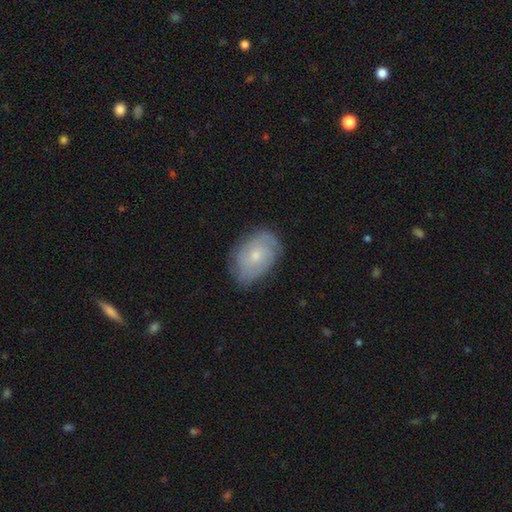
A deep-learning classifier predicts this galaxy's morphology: Smooth or featured? Predicted: featured or disk (p=0.58). Edge-on disk? Predicted: no (p=0.96). Bar? Predicted: no (p=0.77). Spiral arms? Predicted: yes (p=0.83). Bulge size? Predicted: small (p=0.56). Merging? Predicted: none (p=0.75).